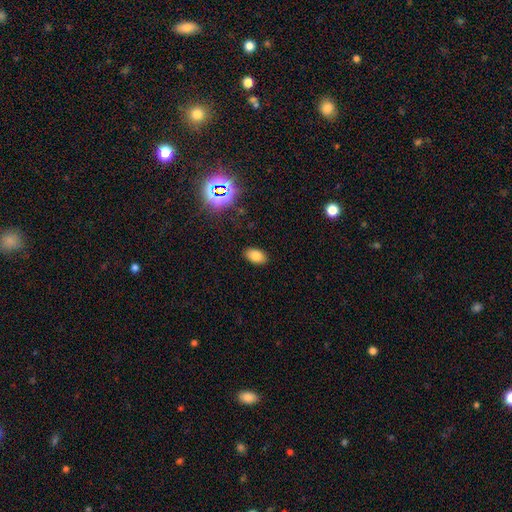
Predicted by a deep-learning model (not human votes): Q: Smooth or featured?
A: smooth (78%); runner-up: star or artifact (14%)
Q: How rounded?
A: in between (91%); runner-up: round (7%)
Q: Merging?
A: none (88%); runner-up: minor disturbance (9%)